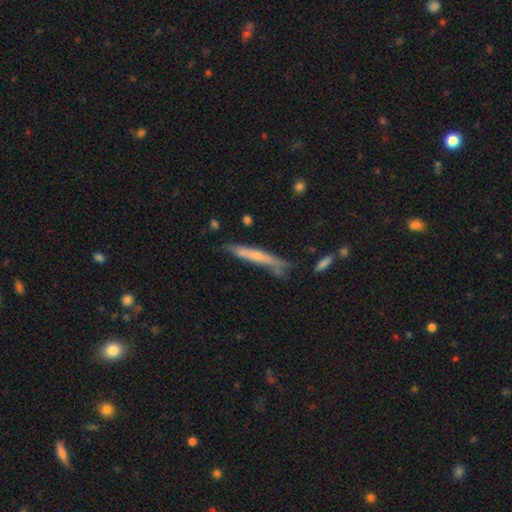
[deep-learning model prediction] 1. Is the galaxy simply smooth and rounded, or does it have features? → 51% smooth, 42% featured or disk, 6% star or artifact.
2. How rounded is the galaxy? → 94% cigar-shaped, 4% in between, 2% round.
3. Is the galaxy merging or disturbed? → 66% none, 22% minor disturbance, 6% major disturbance, 6% merger.